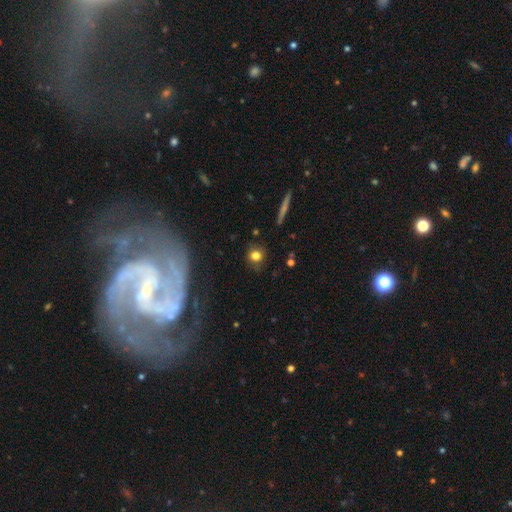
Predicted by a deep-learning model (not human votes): smooth_or_featured: smooth (p=0.79) [alt: star or artifact p=0.11]
how_rounded: round (p=0.83) [alt: in between p=0.15]
merging: none (p=0.82) [alt: minor disturbance p=0.12]